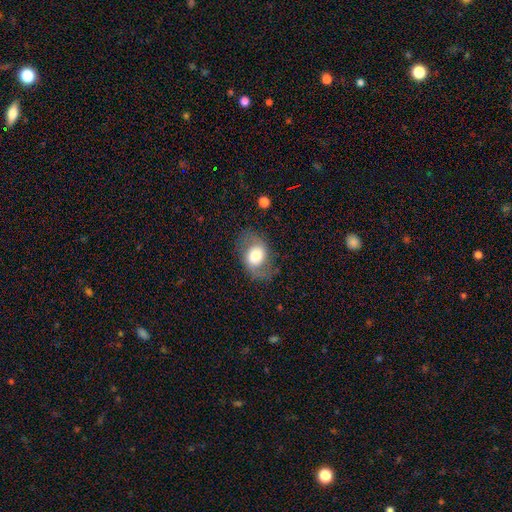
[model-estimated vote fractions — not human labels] Smooth or featured?
  - smooth: 52% *
  - featured or disk: 40%
  - star or artifact: 8%
How rounded?
  - in between: 63% *
  - round: 36%
  - cigar-shaped: 1%
Merging?
  - none: 71% *
  - minor disturbance: 17%
  - major disturbance: 11%
  - merger: 1%